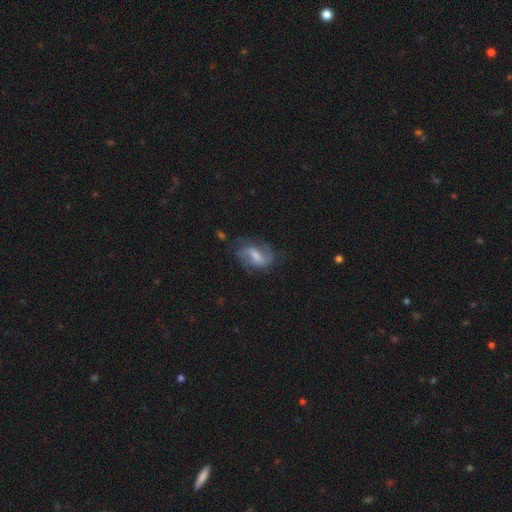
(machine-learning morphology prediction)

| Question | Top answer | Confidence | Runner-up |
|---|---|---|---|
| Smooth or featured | featured or disk | 70% | smooth (22%) |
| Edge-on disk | no | 97% | yes (3%) |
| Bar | weak | 50% | strong (29%) |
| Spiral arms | yes | 90% | no (10%) |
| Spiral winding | medium | 48% | loose (31%) |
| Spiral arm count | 2 | 70% | can't tell (12%) |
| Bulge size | moderate | 39% | small (27%) |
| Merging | none | 59% | minor disturbance (22%) |